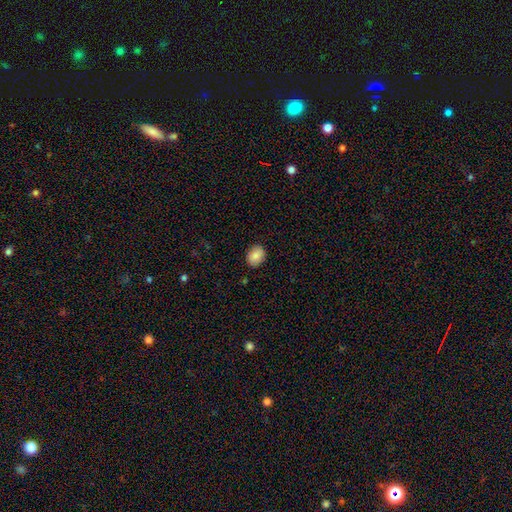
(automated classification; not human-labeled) Q: Smooth or featured?
A: smooth (87%); runner-up: star or artifact (8%)
Q: How rounded?
A: in between (60%); runner-up: round (39%)
Q: Merging?
A: none (88%); runner-up: minor disturbance (9%)